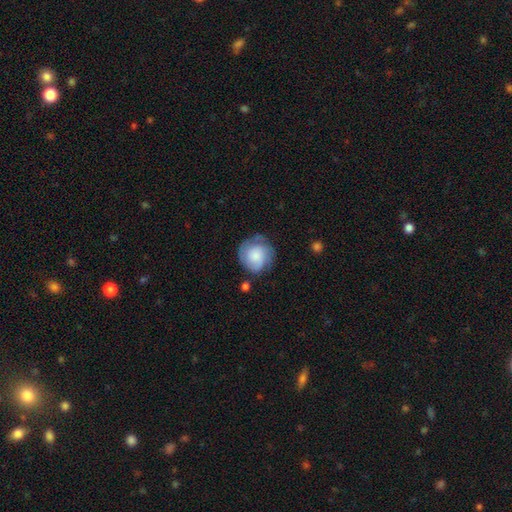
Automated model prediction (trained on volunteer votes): Smooth or featured? Predicted: smooth (p=0.52). How rounded? Predicted: round (p=0.86). Merging? Predicted: none (p=0.62).